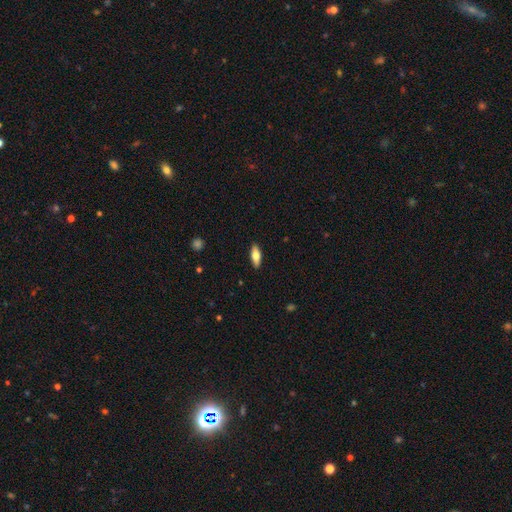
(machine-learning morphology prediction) smooth_or_featured: smooth (p=0.70) [alt: featured or disk p=0.24]
how_rounded: in between (p=0.67) [alt: cigar-shaped p=0.30]
merging: none (p=0.90) [alt: minor disturbance p=0.08]